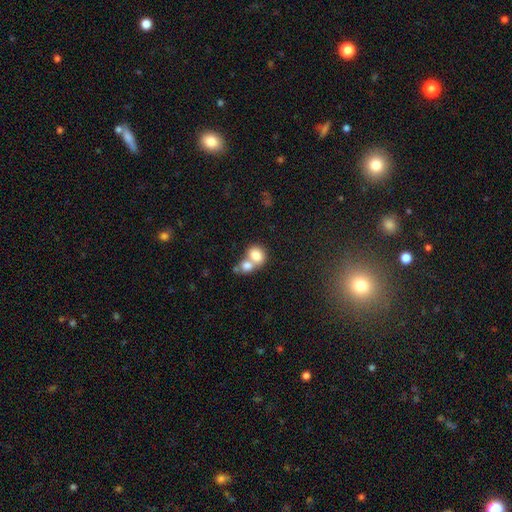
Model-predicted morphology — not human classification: The model was most divided on "how rounded" (2-way tie): in between: 49%, round: 49%, cigar-shaped: 1%. More confident: smooth or featured — smooth (77%); merging — merger (69%).